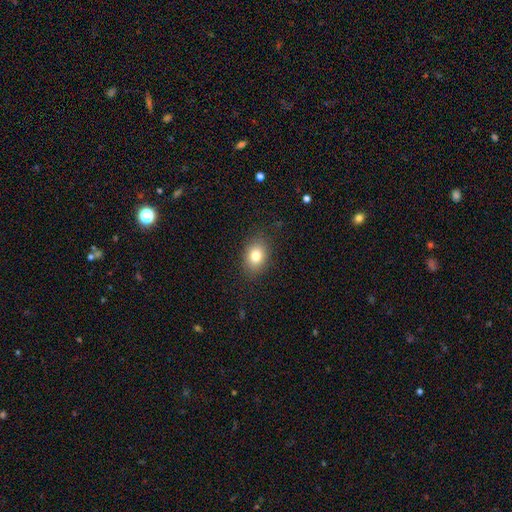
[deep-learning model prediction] Smooth or featured? Predicted: smooth (p=0.81). How rounded? Predicted: in between (p=0.71). Merging? Predicted: none (p=0.86).